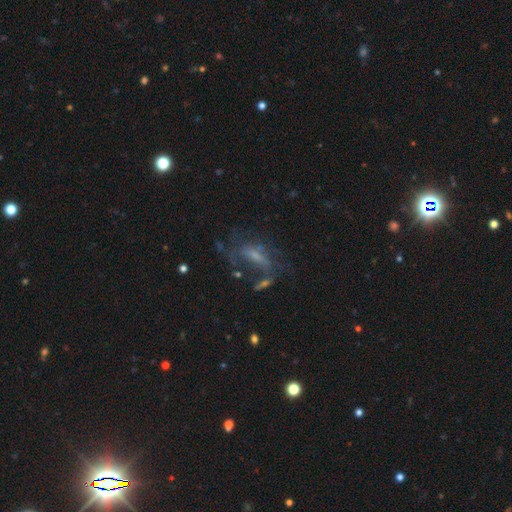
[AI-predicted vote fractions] featured or disk 54%, smooth 28%, star or artifact 18%. Down the decision tree: edge-on disk — no (82%); merging — none (42%).